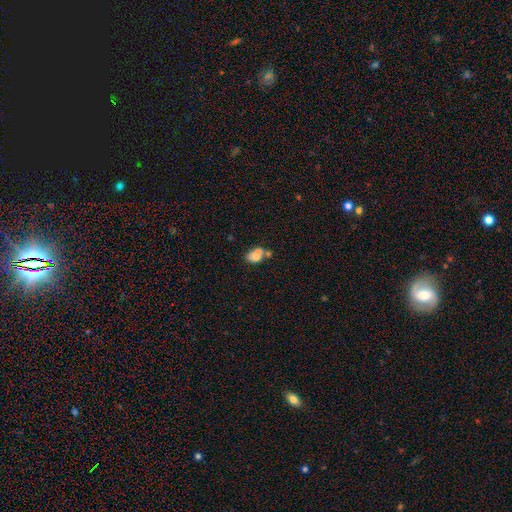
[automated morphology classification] A smooth galaxy with no disk features (72%) that is in between round and cigar-shaped (81%). Merging: merger (36%, tied with none).